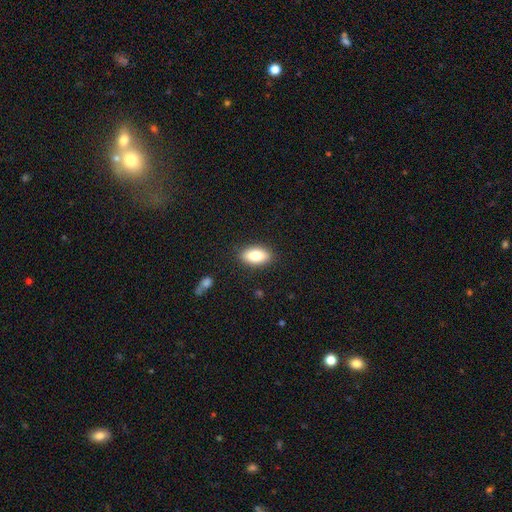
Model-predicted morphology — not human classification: This is likely a smooth galaxy (80%). How rounded: clearly in between (89%). Merging: clearly none (88%).